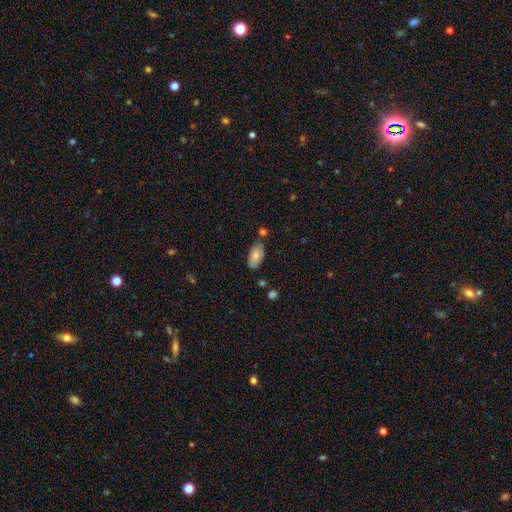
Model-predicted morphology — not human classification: The model was most divided on "merging": none: 71%, minor disturbance: 17%, merger: 8%, major disturbance: 4%. More confident: how rounded — in between (94%); smooth or featured — smooth (80%).